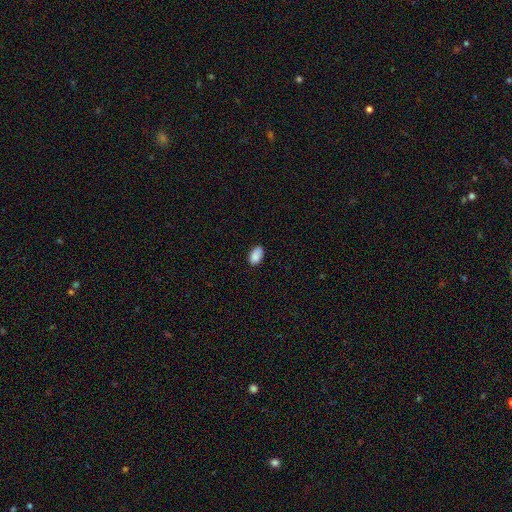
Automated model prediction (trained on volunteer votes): Morphology: type=smooth (88%); roundness=in between (92%); merging=none (81%).